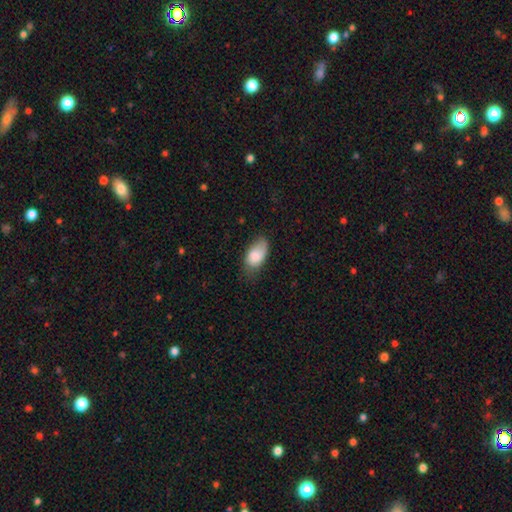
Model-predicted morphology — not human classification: Smooth or featured? Predicted: smooth (p=0.79). How rounded? Predicted: in between (p=0.93). Merging? Predicted: none (p=0.54).